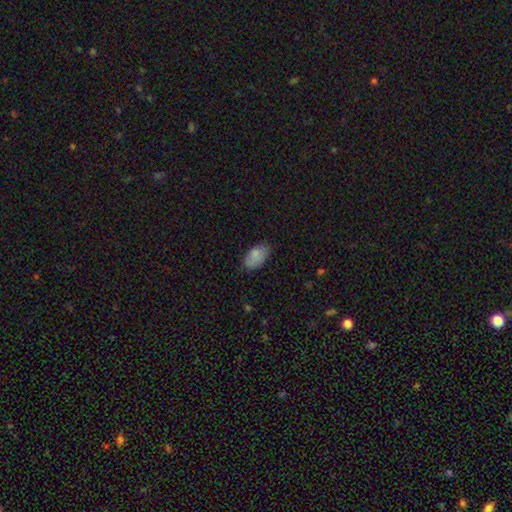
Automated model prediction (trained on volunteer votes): A smooth galaxy with no disk features (84%) that is in between round and cigar-shaped (94%). Merging: none (74%).